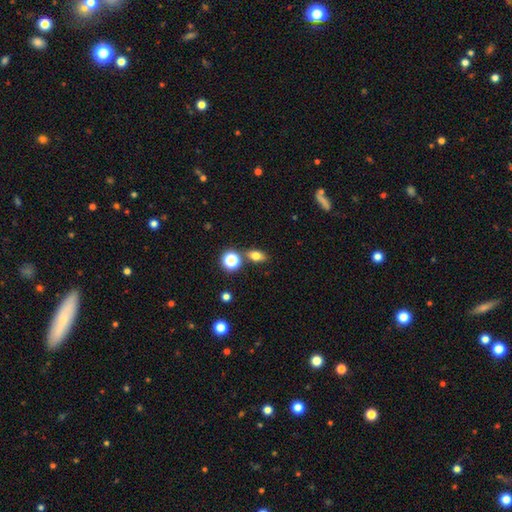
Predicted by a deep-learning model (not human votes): smooth_or_featured: smooth (p=0.74) [alt: star or artifact p=0.14]
how_rounded: in between (p=0.73) [alt: round p=0.23]
merging: none (p=0.76) [alt: merger p=0.11]